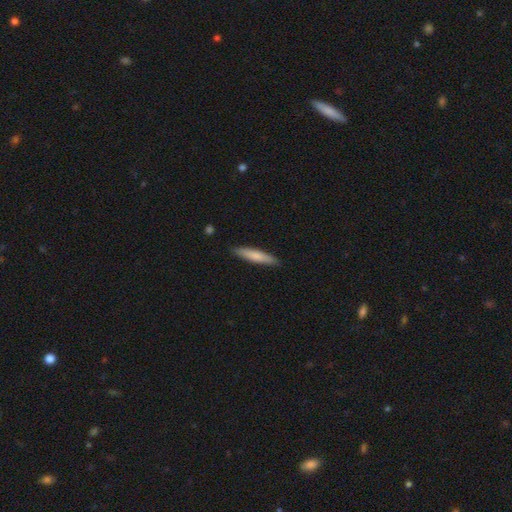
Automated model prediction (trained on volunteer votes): This is likely a smooth galaxy (75%). How rounded: clearly cigar-shaped (88%). Merging: clearly none (89%).